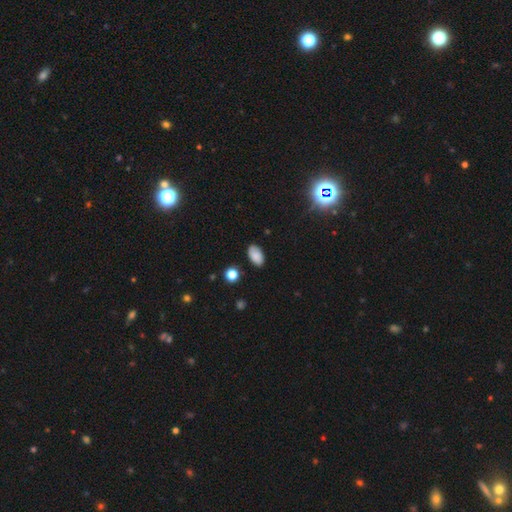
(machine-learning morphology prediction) A smooth galaxy with no disk features (84%) that is in between round and cigar-shaped (93%). Merging: none (85%).